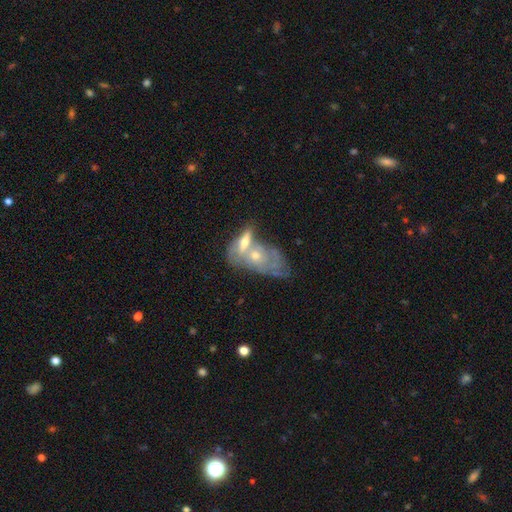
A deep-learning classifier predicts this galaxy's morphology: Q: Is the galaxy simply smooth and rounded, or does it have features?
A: featured or disk — 56%.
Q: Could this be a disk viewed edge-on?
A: no — 85%.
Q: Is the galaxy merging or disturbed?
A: merger — 62%.